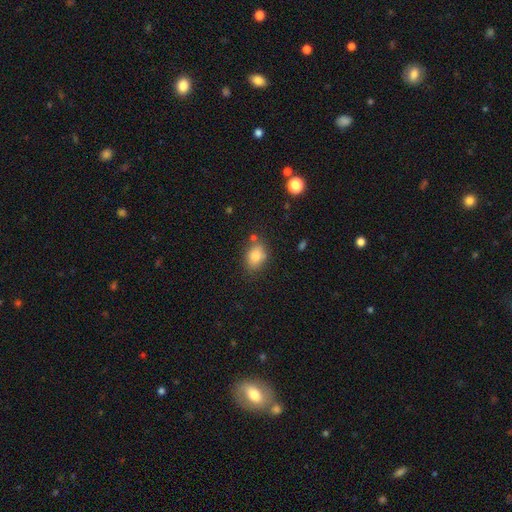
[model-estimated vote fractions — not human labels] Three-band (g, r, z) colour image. It shows a smooth galaxy with no disk features (80%) that is in between round and cigar-shaped (72%). Merging: none (73%).